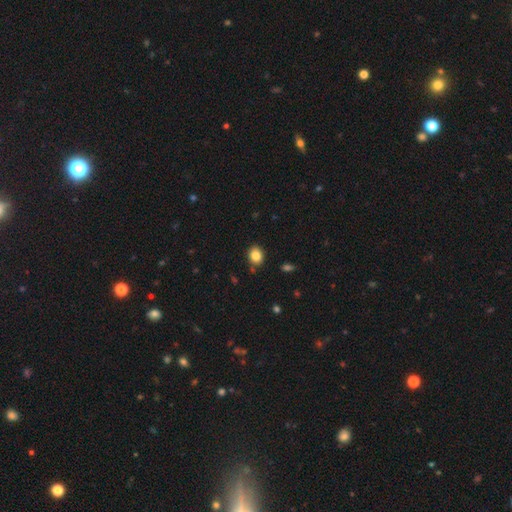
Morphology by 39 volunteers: This appears to be a smooth galaxy with no disk features (90%) that is in between round and cigar-shaped (60%). Merging: none (92%).